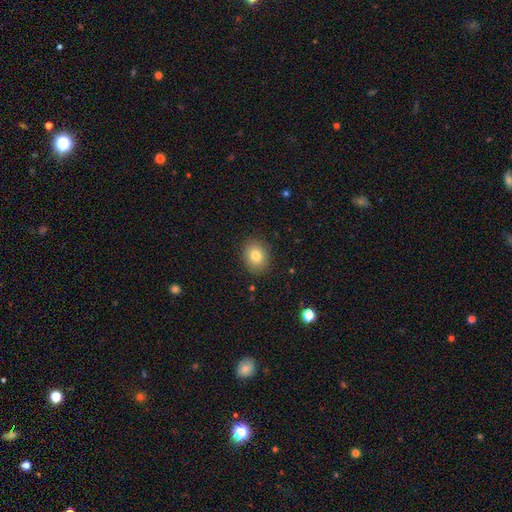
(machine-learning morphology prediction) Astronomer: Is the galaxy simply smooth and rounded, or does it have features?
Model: smooth — 80%.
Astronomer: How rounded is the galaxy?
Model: round — 59% (runner-up: in between, 40%).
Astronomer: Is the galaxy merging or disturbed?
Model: none — 88%.